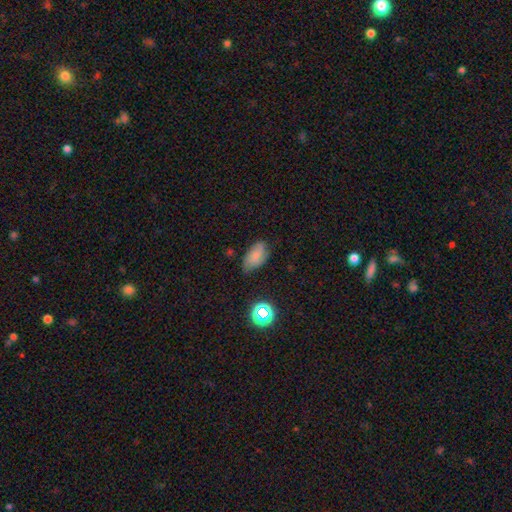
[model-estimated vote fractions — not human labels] Smooth or featured: smooth — 72% (featured or disk — 15%)
How rounded: in between — 91% (round — 6%)
Merging: none — 60% (minor disturbance — 31%)